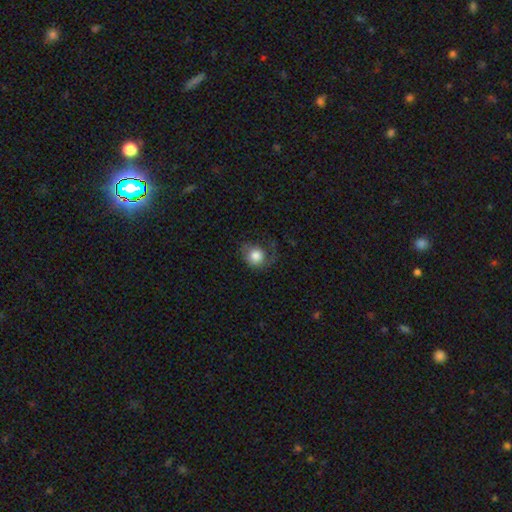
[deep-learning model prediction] Overall: smooth (75%). How rounded: round (73%). Merging: none (43%; major disturbance 29%).